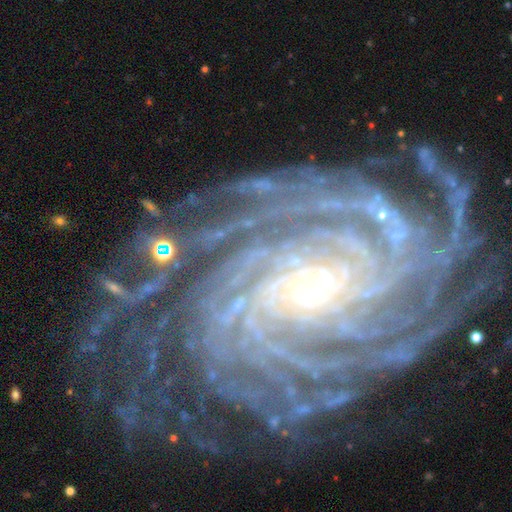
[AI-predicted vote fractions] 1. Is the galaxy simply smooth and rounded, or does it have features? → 85% featured or disk, 9% star or artifact, 6% smooth.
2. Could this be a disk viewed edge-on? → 96% no, 4% yes.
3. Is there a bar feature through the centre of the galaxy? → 37% no, 34% weak, 29% strong.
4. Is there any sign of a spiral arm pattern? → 97% yes, 3% no.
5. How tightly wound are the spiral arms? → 76% tight, 18% medium, 5% loose.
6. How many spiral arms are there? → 22% can't tell, 20% more than 4, 17% 4, 15% 2, 15% 3, 11% 1.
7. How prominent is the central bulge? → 69% small, 24% moderate, 3% none, 3% large, 1% dominant.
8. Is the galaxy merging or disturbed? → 65% none, 17% minor disturbance, 13% major disturbance, 5% merger.